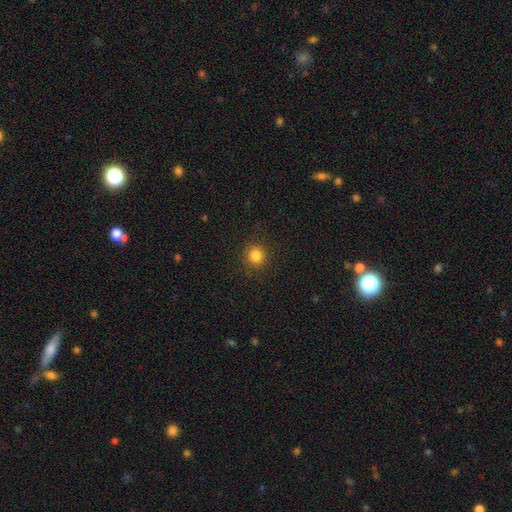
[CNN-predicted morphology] This is clearly a smooth galaxy (83%). How rounded: clearly round (90%). Merging: clearly none (90%).